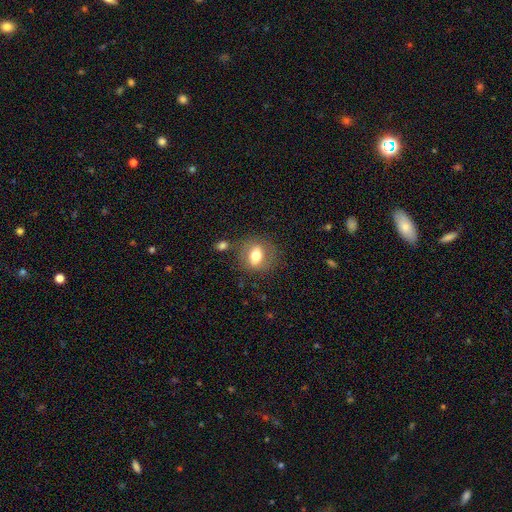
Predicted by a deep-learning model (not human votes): Smooth or featured?
  - smooth: 65% *
  - featured or disk: 26%
  - star or artifact: 9%
How rounded?
  - in between: 56% *
  - round: 42%
  - cigar-shaped: 2%
Merging?
  - none: 72% *
  - minor disturbance: 15%
  - major disturbance: 7%
  - merger: 5%